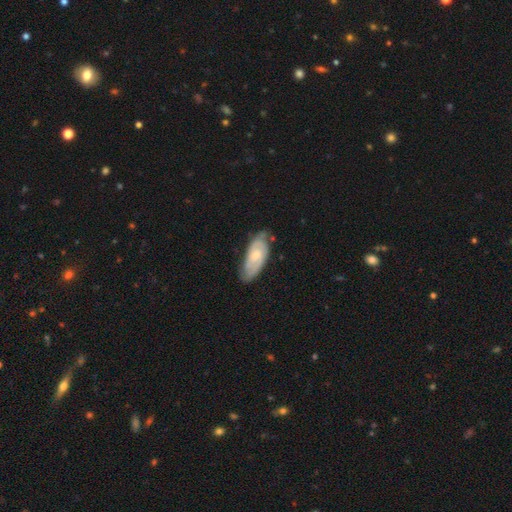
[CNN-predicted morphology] smooth_or_featured: featured or disk (p=0.63) [alt: smooth p=0.31]
disk_edge_on: no (p=0.90) [alt: yes p=0.10]
bar: no (p=0.61) [alt: weak p=0.34]
has_spiral_arms: yes (p=0.89) [alt: no p=0.11]
spiral_winding: tight (p=0.52) [alt: medium p=0.37]
spiral_arm_count: 2 (p=0.56) [alt: can't tell p=0.29]
bulge_size: small (p=0.49) [alt: moderate p=0.38]
merging: none (p=0.68) [alt: minor disturbance p=0.25]